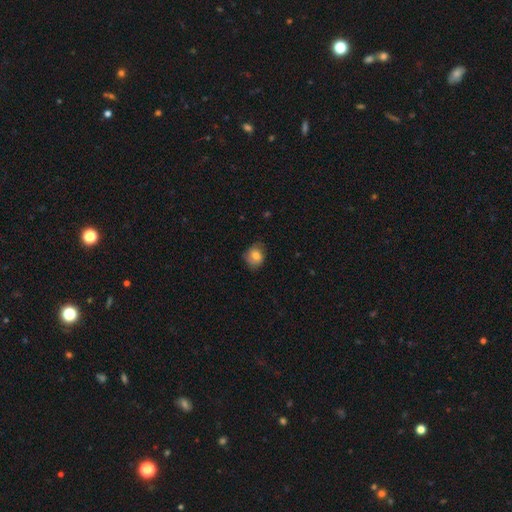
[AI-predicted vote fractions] Overall: smooth (76%). How rounded: round (62%; in between 37%). Merging: none (65%; minor disturbance 27%).